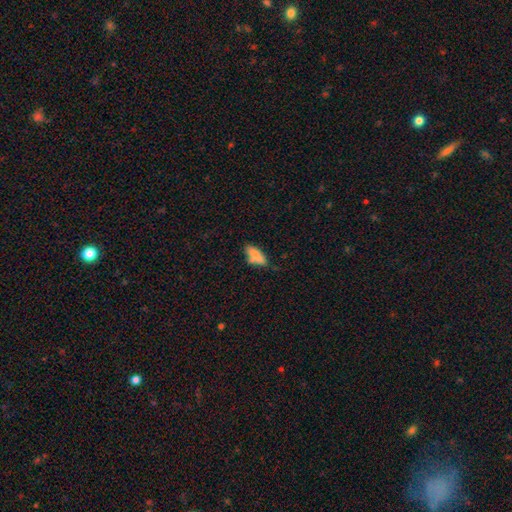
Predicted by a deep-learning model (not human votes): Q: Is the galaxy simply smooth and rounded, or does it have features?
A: smooth — 81%.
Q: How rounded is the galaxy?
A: in between — 63%.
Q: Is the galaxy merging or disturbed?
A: none — 60%.